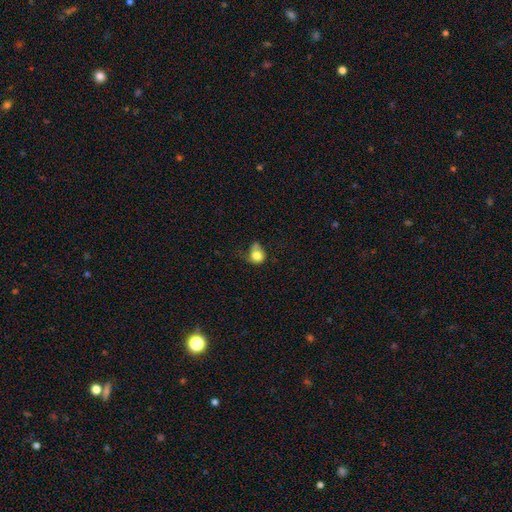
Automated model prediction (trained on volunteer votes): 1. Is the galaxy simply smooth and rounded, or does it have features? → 78% smooth, 12% featured or disk, 10% star or artifact.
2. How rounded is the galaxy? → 67% round, 32% in between, 1% cigar-shaped.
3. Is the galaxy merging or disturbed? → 35% minor disturbance, 33% none, 23% major disturbance, 8% merger.